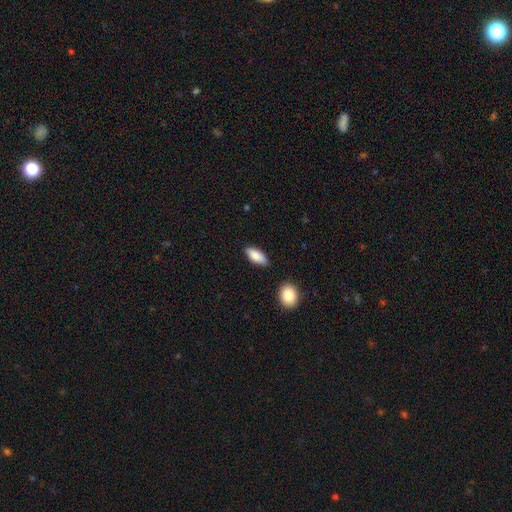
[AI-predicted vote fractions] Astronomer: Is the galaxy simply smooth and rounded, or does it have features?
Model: smooth — 87%.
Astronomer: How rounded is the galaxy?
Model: in between — 83%.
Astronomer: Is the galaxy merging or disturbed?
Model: none — 83%.